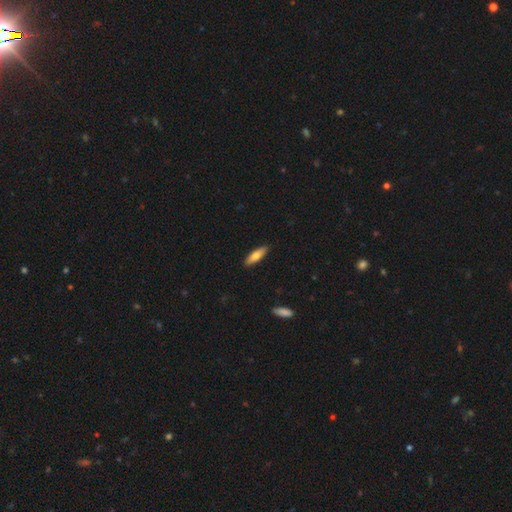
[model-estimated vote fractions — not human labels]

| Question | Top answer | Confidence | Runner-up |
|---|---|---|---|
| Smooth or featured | smooth | 72% | featured or disk (22%) |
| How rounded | cigar-shaped | 51% | in between (47%) |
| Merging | none | 90% | minor disturbance (7%) |